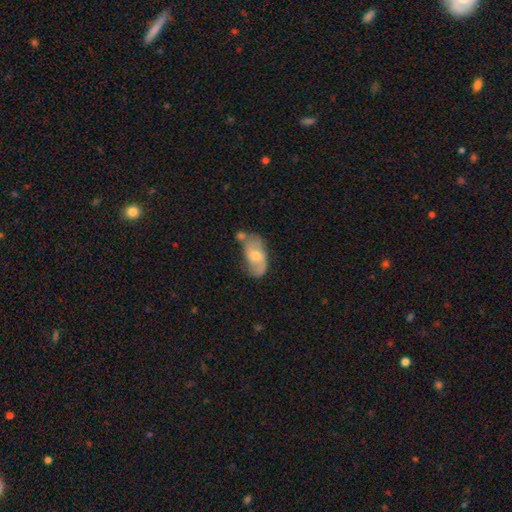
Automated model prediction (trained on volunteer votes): Smooth or featured: featured or disk — 47% (smooth — 46%)
Merging: none — 41% (minor disturbance — 26%)